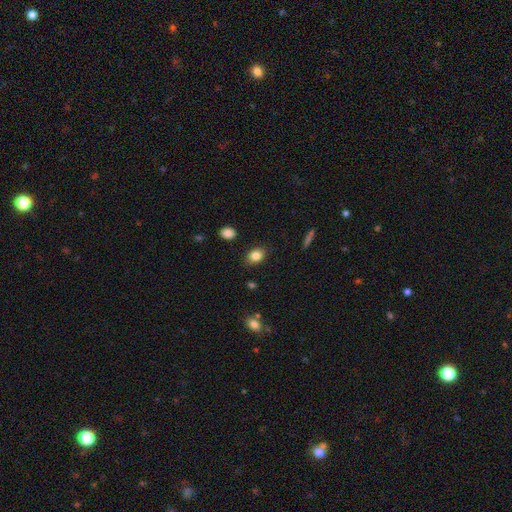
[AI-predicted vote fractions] smooth 84%, star or artifact 9%, featured or disk 6%. Down the decision tree: how rounded — in between (65%); merging — none (85%).